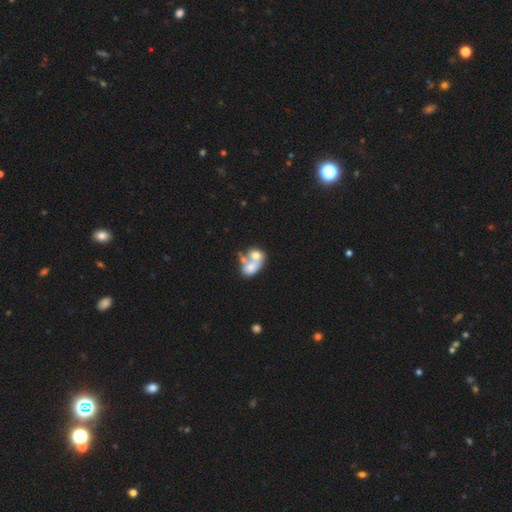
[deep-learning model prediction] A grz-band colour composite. It shows a smooth galaxy with no disk features (51%) that is in between round and cigar-shaped (68%). Merging: merger (66%).